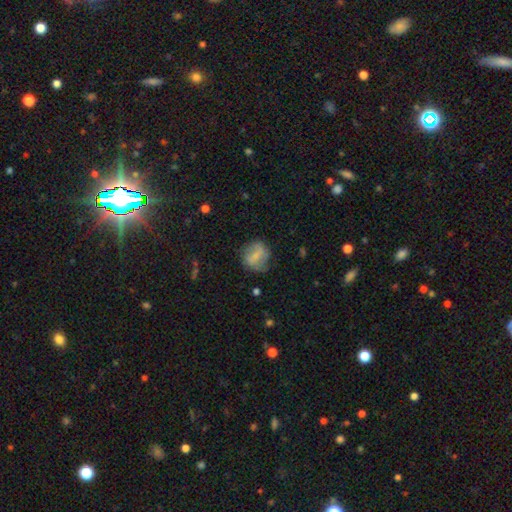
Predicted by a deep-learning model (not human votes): Smooth or featured? smooth (57%)
How rounded? round (73%)
Merging? none (63%)